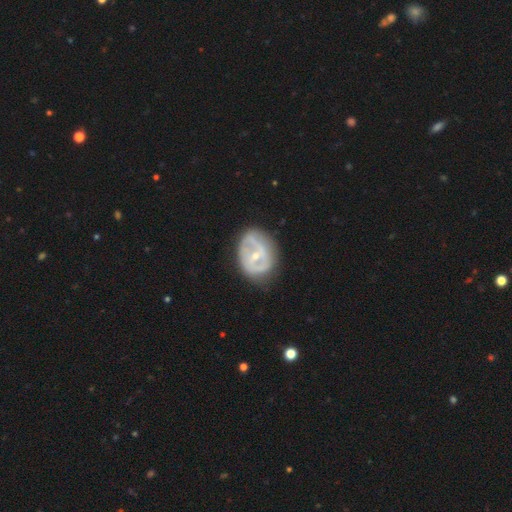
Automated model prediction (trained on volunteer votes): Smooth or featured? Predicted: featured or disk (p=0.73). Edge-on disk? Predicted: no (p=0.95). Bar? Predicted: strong (p=0.38). Spiral arms? Predicted: yes (p=0.52). Bulge size? Predicted: small (p=0.56). Merging? Predicted: none (p=0.66).